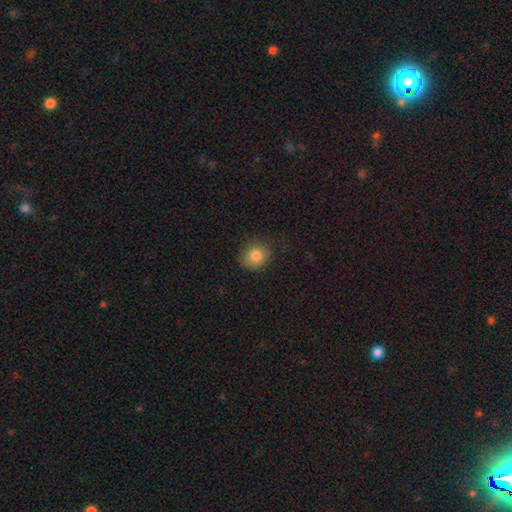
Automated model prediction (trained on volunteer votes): Smooth or featured? Predicted: smooth (p=0.83). How rounded? Predicted: round (p=0.78). Merging? Predicted: none (p=0.74).